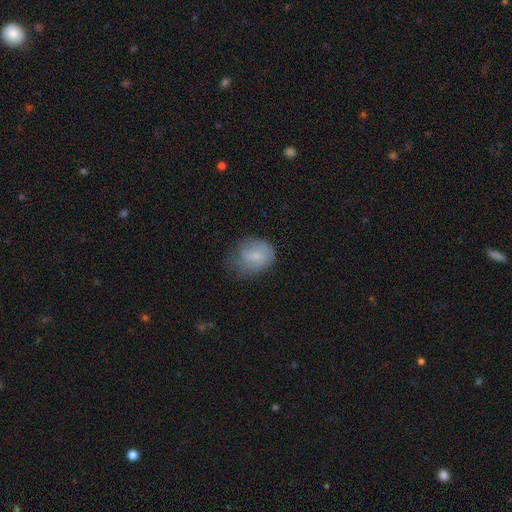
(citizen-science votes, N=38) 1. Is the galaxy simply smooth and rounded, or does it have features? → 82% smooth, 18% featured or disk, 0% star or artifact.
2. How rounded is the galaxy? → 55% in between, 42% round, 3% cigar-shaped.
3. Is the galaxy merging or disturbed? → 47% minor disturbance, 26% none, 26% major disturbance, 0% merger.